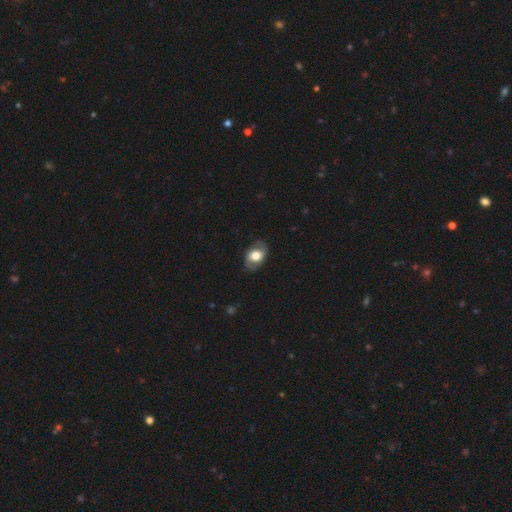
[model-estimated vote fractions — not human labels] Q: Smooth or featured?
A: featured or disk (49%); runner-up: smooth (44%)
Q: Merging?
A: none (79%); runner-up: minor disturbance (14%)